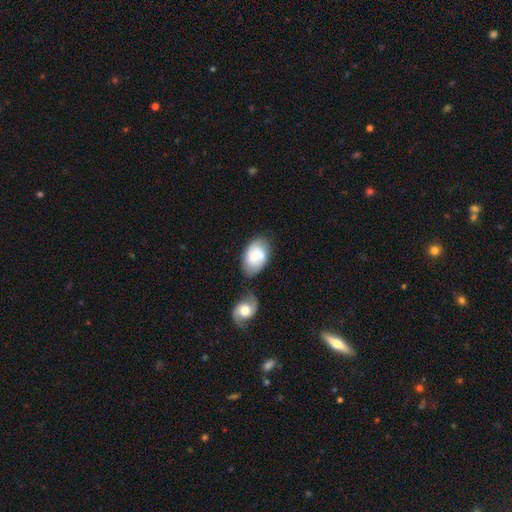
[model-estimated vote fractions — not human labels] Smooth or featured?
  - smooth: 60% *
  - featured or disk: 33%
  - star or artifact: 7%
How rounded?
  - in between: 88% *
  - round: 11%
  - cigar-shaped: 1%
Merging?
  - none: 46% *
  - merger: 27%
  - minor disturbance: 21%
  - major disturbance: 7%